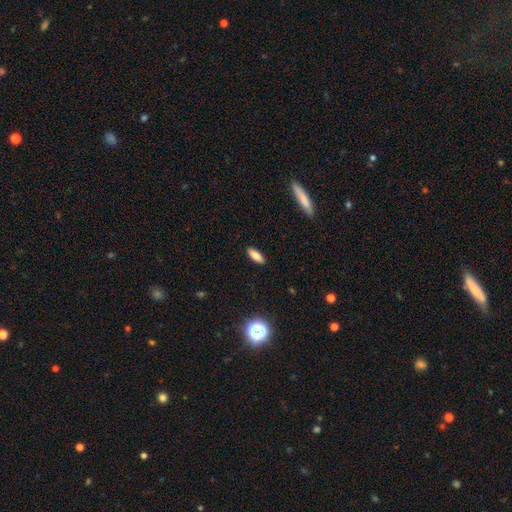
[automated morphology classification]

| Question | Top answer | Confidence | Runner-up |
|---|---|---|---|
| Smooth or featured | smooth | 79% | featured or disk (13%) |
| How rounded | in between | 67% | cigar-shaped (31%) |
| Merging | none | 89% | minor disturbance (8%) |